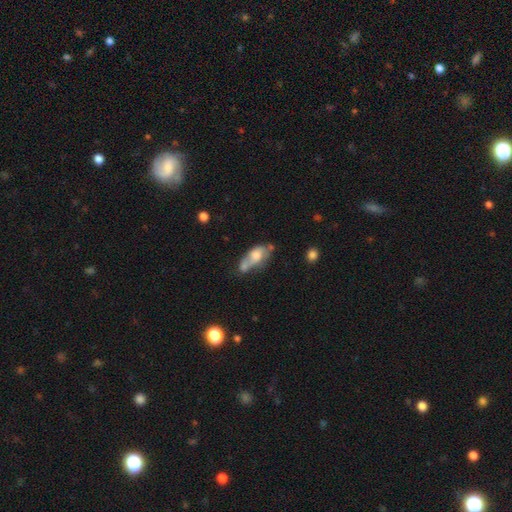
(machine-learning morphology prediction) Smooth or featured?
  - smooth: 54% *
  - featured or disk: 37%
  - star or artifact: 9%
How rounded?
  - in between: 79% *
  - cigar-shaped: 15%
  - round: 6%
Merging?
  - merger: 39% *
  - none: 28%
  - minor disturbance: 20%
  - major disturbance: 13%